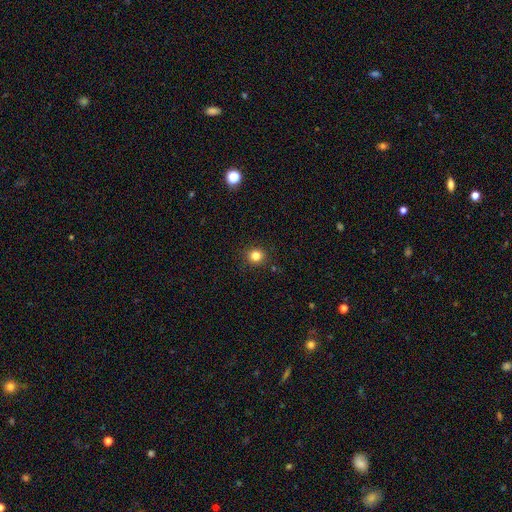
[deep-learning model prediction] A smooth galaxy with no disk features (82%) that is round (89%).

Vote fractions:
- Smooth or featured? smooth: 82% / star or artifact: 13% / featured or disk: 5%
- How rounded? round: 89% / in between: 10% / cigar-shaped: 1%
- Merging? none: 90% / minor disturbance: 6% / major disturbance: 2% / merger: 1%